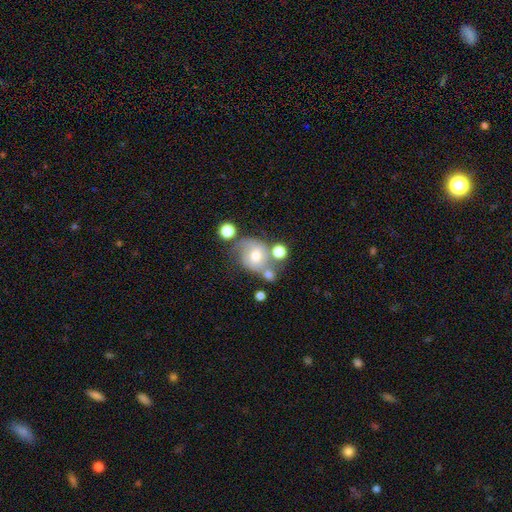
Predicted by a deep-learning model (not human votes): Morphology: type=smooth (50%); merging=none (45%).